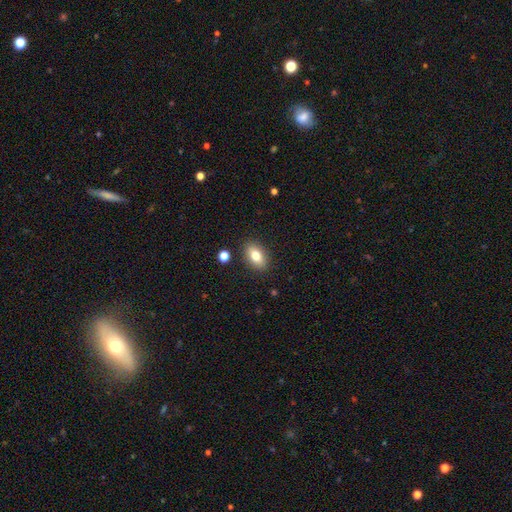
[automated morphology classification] smooth 77%, featured or disk 14%, star or artifact 9%. Down the decision tree: how rounded — in between (86%); merging — none (87%).